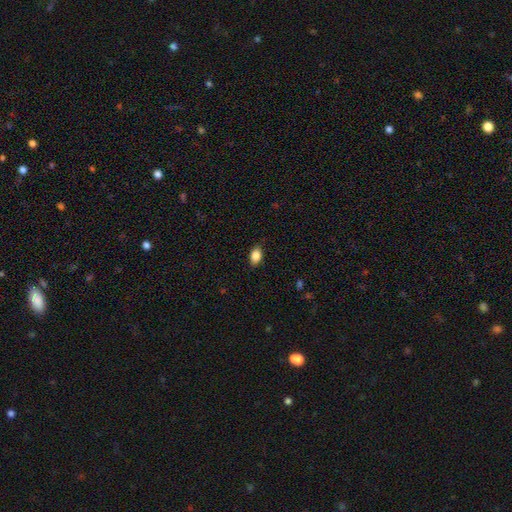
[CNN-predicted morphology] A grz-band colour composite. It shows a smooth galaxy with no disk features (86%) that is in between round and cigar-shaped (86%). Merging: none (85%).